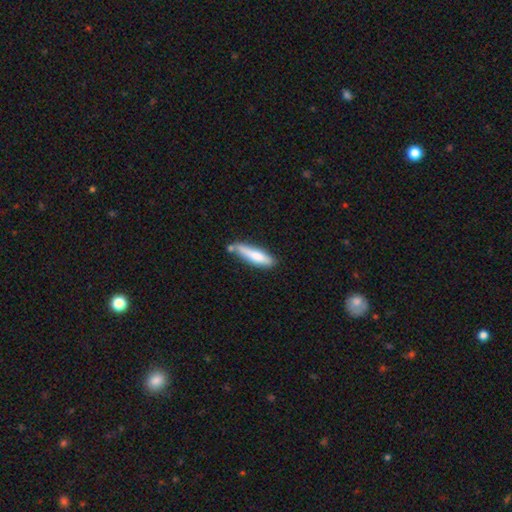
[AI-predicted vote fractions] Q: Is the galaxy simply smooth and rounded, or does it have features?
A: smooth — 74%.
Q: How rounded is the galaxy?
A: cigar-shaped — 77%.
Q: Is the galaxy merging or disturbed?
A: none — 59%.